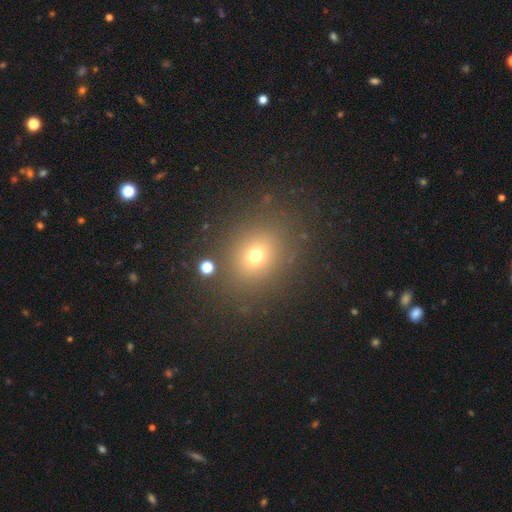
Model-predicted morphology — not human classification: type=smooth (67%); roundness=round (61%); merging=none (83%).